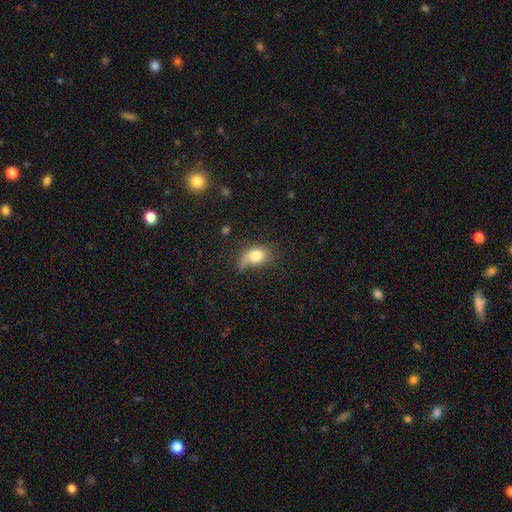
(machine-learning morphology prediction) Overall: smooth (74%). How rounded: in between (70%). Merging: none (42%; minor disturbance 30%).